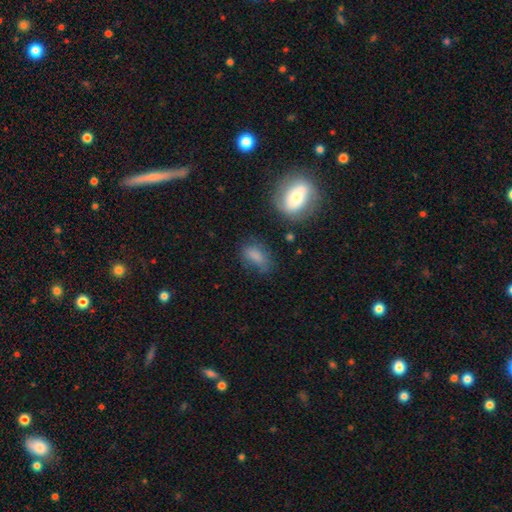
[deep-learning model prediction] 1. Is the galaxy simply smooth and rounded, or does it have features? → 78% smooth, 12% featured or disk, 11% star or artifact.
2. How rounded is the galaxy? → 84% in between, 9% round, 7% cigar-shaped.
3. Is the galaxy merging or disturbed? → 51% none, 29% minor disturbance, 14% major disturbance, 6% merger.